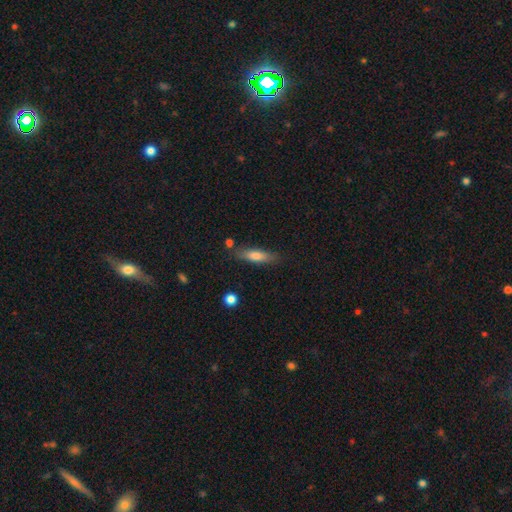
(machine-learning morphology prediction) smooth_or_featured: smooth (p=0.66) [alt: featured or disk p=0.27]
how_rounded: cigar-shaped (p=0.70) [alt: in between p=0.28]
merging: none (p=0.79) [alt: minor disturbance p=0.14]